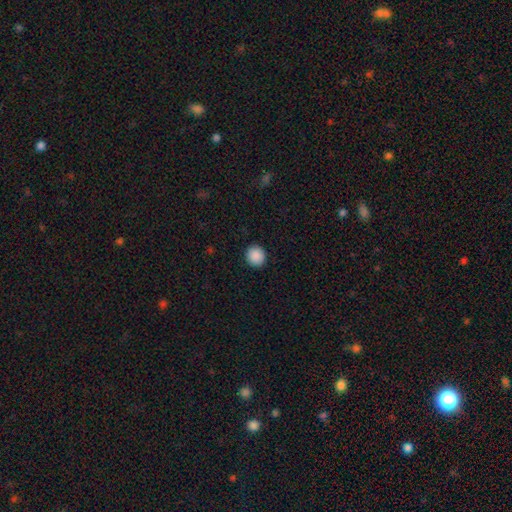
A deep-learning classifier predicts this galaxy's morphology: Q: Smooth or featured?
A: smooth (89%); runner-up: star or artifact (8%)
Q: How rounded?
A: round (90%); runner-up: in between (9%)
Q: Merging?
A: none (92%); runner-up: minor disturbance (5%)